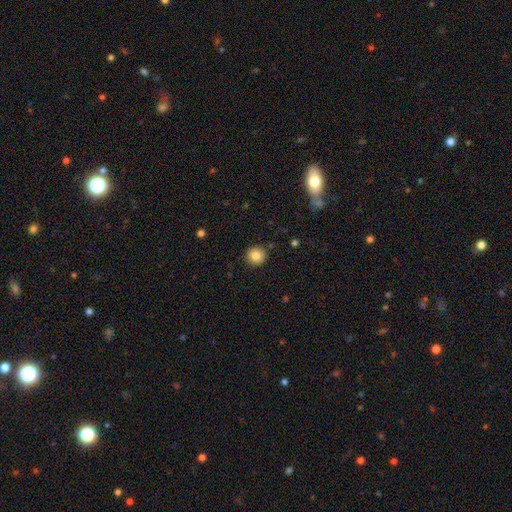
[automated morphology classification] A smooth galaxy with no disk features (84%) that is round (93%).

Vote fractions:
- Smooth or featured? smooth: 84% / star or artifact: 9% / featured or disk: 6%
- How rounded? round: 93% / in between: 6% / cigar-shaped: 1%
- Merging? none: 90% / minor disturbance: 6% / major disturbance: 2% / merger: 1%